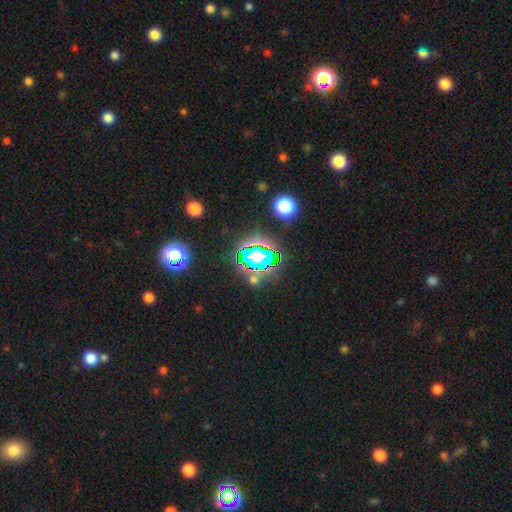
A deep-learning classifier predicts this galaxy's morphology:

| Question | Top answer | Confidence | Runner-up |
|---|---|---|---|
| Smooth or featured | star or artifact | 65% | smooth (22%) |